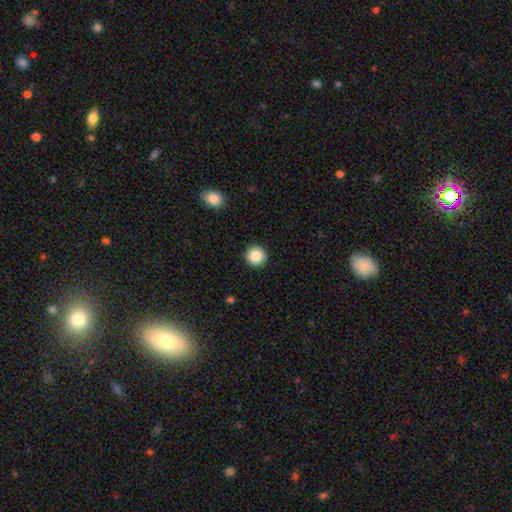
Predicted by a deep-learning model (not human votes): This appears to be a smooth galaxy with no disk features (86%) that is round (95%). Merging: none (93%).